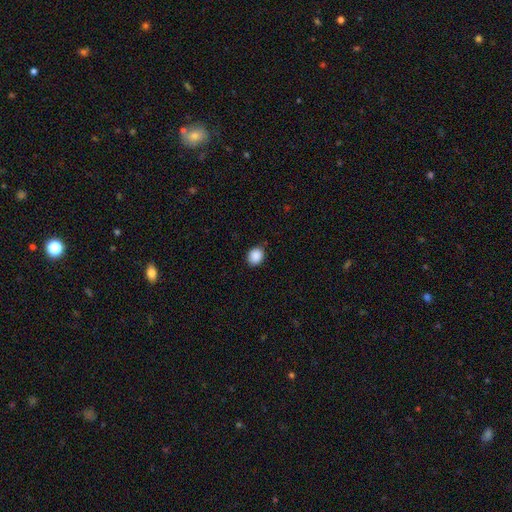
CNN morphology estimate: smooth_or_featured: smooth (p=0.90) [alt: star or artifact p=0.08]
how_rounded: round (p=0.54) [alt: in between p=0.45]
merging: none (p=0.88) [alt: minor disturbance p=0.09]